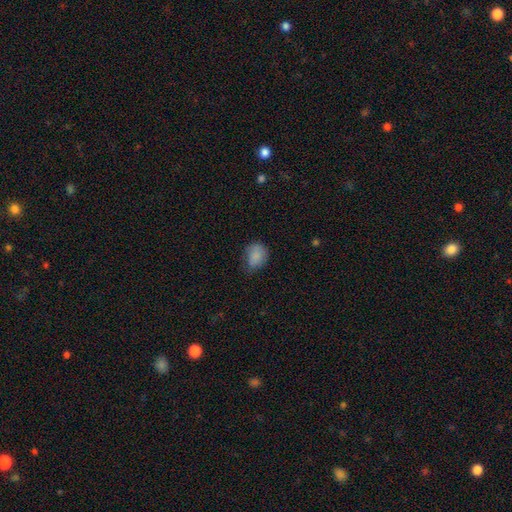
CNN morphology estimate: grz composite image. It shows a smooth galaxy with no disk features (84%) that is in between round and cigar-shaped (56%). Merging: none (57%).